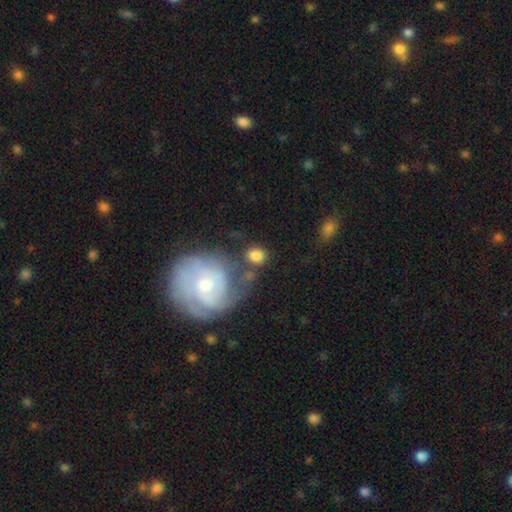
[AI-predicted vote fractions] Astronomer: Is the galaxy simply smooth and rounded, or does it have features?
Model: smooth — 77%.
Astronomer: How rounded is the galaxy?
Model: round — 70%.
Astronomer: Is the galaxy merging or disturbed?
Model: none — 62%.